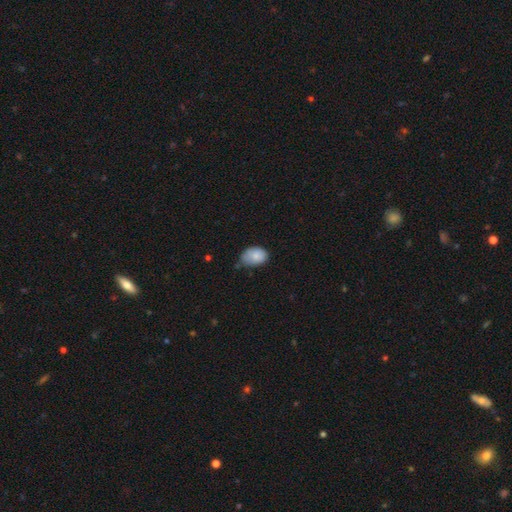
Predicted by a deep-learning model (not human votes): This is clearly a smooth galaxy (83%). How rounded: clearly in between (84%). Merging: possibly none (49%).